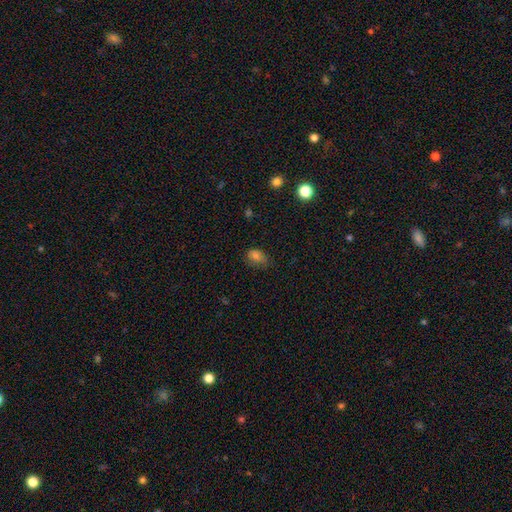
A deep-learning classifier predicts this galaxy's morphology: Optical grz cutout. It shows a smooth galaxy with no disk features (79%) that is in between round and cigar-shaped (76%). Merging: none (55%).